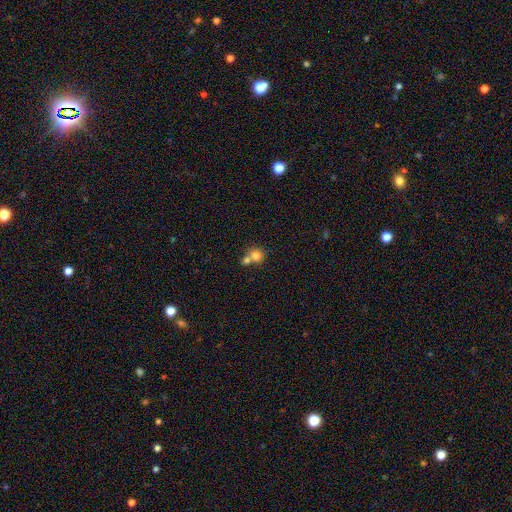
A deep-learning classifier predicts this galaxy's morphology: smooth_or_featured: smooth (p=0.77) [alt: featured or disk p=0.12]
how_rounded: round (p=0.84) [alt: in between p=0.15]
merging: merger (p=0.53) [alt: none p=0.38]